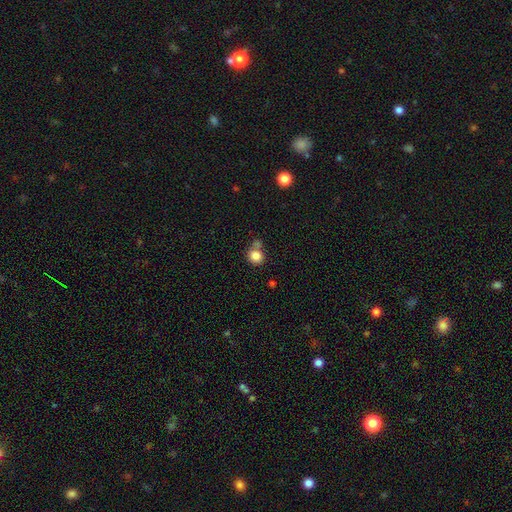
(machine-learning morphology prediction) A smooth galaxy with no disk features (83%) that is round (84%).

Vote fractions:
- Smooth or featured? smooth: 83% / star or artifact: 10% / featured or disk: 6%
- How rounded? round: 84% / in between: 15% / cigar-shaped: 1%
- Merging? none: 60% / merger: 22% / minor disturbance: 13% / major disturbance: 4%